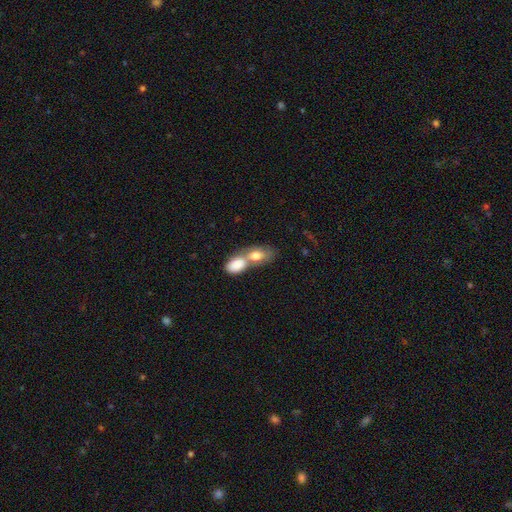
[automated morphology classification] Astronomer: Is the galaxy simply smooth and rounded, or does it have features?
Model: smooth — 77%.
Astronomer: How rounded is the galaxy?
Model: in between — 86%.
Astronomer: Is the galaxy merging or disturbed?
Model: merger — 75%.